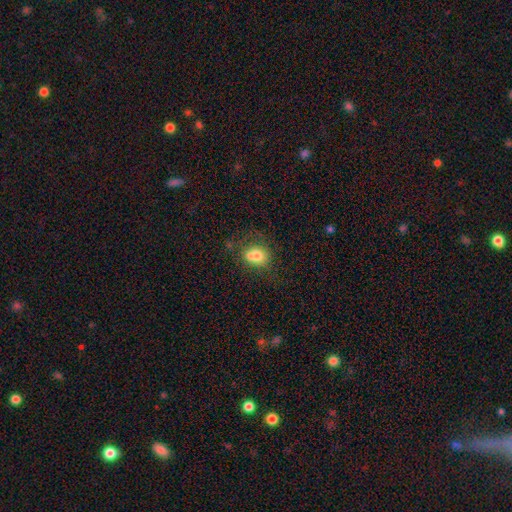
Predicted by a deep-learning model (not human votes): smooth_or_featured: smooth (p=0.72) [alt: featured or disk p=0.17]
how_rounded: in between (p=0.52) [alt: round p=0.47]
merging: none (p=0.45) [alt: merger p=0.28]